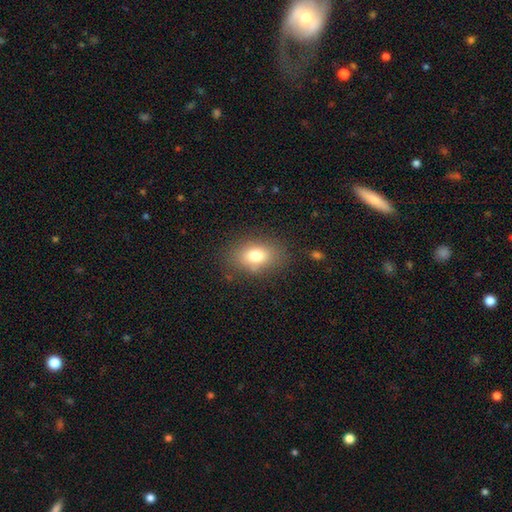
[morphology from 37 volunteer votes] This is clearly a smooth galaxy (84%). How rounded: clearly in between (87%). Merging: clearly none (83%).